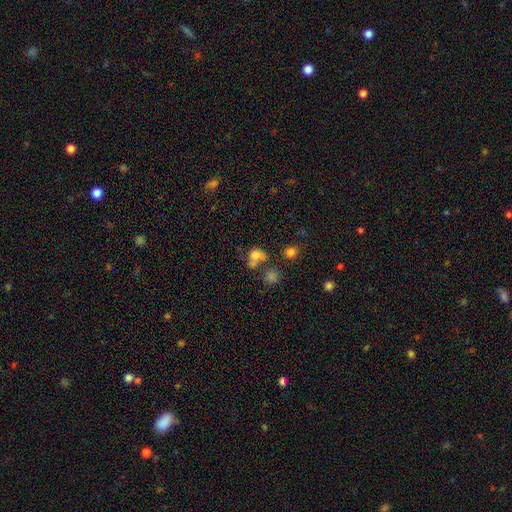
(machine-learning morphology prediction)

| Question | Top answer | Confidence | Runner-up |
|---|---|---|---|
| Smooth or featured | smooth | 67% | featured or disk (17%) |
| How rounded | round | 51% | in between (48%) |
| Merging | merger | 40% | none (30%) |